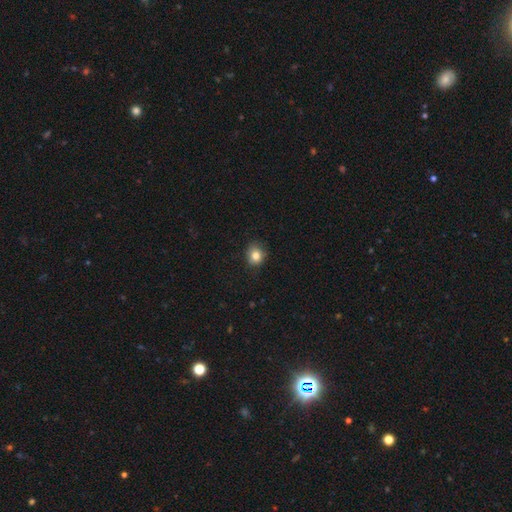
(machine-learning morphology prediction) Smooth or featured?
  - smooth: 81% *
  - star or artifact: 11%
  - featured or disk: 8%
How rounded?
  - round: 70% *
  - in between: 29%
  - cigar-shaped: 1%
Merging?
  - none: 78% *
  - minor disturbance: 17%
  - major disturbance: 3%
  - merger: 1%